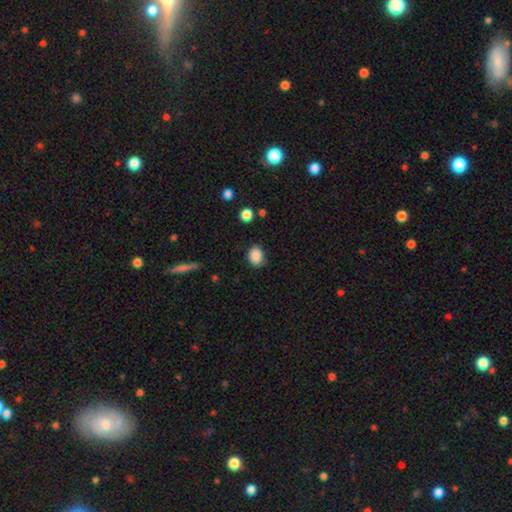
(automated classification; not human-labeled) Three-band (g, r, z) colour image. It shows a smooth galaxy with no disk features (88%) that is in between round and cigar-shaped (50%). Merging: none (81%).